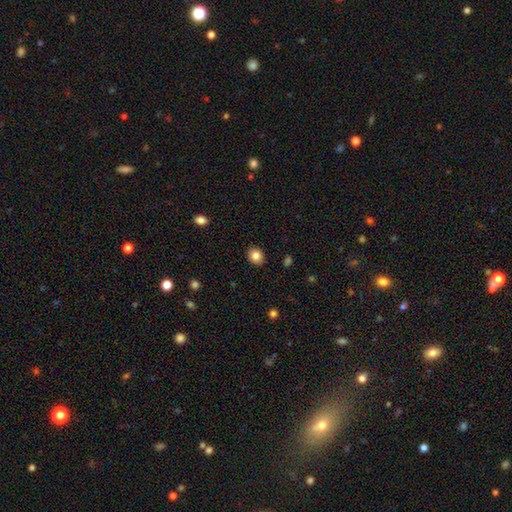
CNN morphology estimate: This appears to be a smooth galaxy with no disk features (83%) that is round (64%). Merging: none (89%).